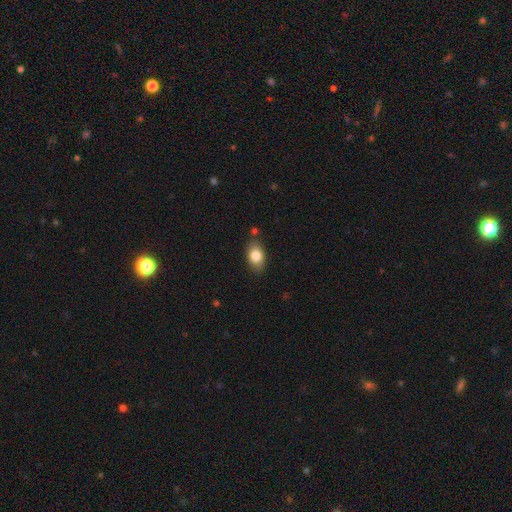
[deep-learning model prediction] A smooth galaxy with no disk features (83%) that is in between round and cigar-shaped (85%).

Vote fractions:
- Smooth or featured? smooth: 83% / featured or disk: 9% / star or artifact: 8%
- How rounded? in between: 85% / round: 12% / cigar-shaped: 2%
- Merging? none: 80% / minor disturbance: 14% / merger: 3% / major disturbance: 3%